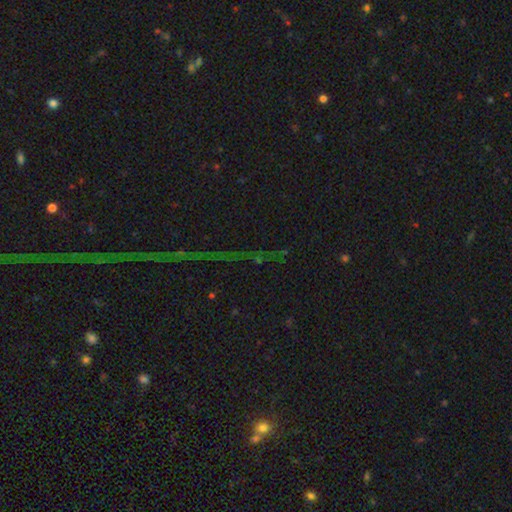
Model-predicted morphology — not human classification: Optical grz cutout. It shows a star or artifact, not a galaxy (84%).